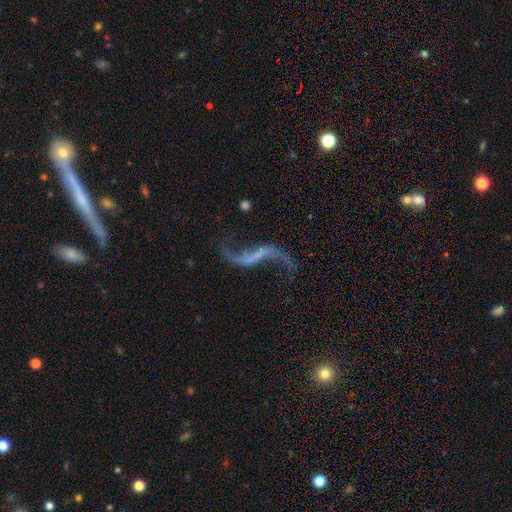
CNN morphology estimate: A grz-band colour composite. It shows a featured or disk galaxy (87%) with a strong bar (37%), 2 (93%) loose (95%) spiral arms (94%) and no central bulge (68%). Merging: none (69%).